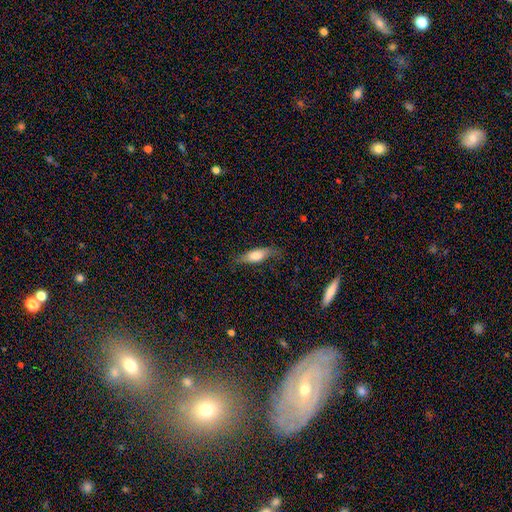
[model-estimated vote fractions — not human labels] Smooth or featured?
  - smooth: 67% *
  - featured or disk: 26%
  - star or artifact: 7%
How rounded?
  - in between: 60% *
  - cigar-shaped: 37%
  - round: 3%
Merging?
  - none: 63% *
  - minor disturbance: 25%
  - major disturbance: 9%
  - merger: 2%